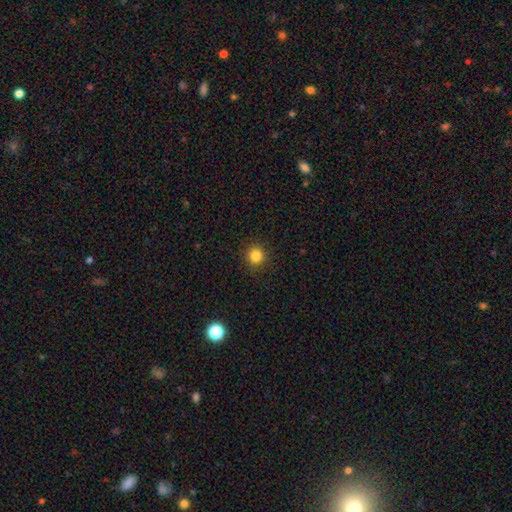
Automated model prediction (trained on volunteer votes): A smooth galaxy with no disk features (84%) that is round (92%). Merging: none (91%).